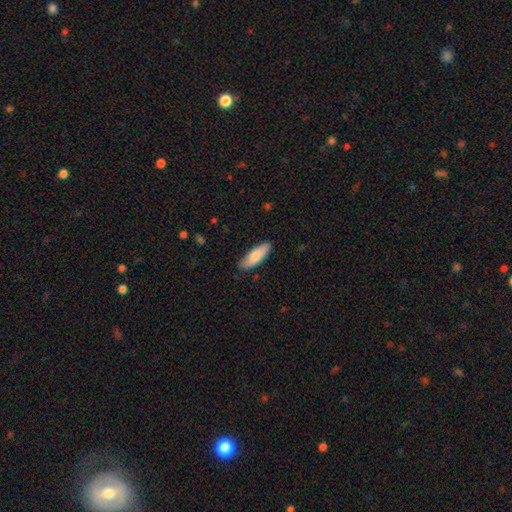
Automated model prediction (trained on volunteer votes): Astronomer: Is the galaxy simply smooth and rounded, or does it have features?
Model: smooth — 80%.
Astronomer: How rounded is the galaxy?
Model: in between — 62%.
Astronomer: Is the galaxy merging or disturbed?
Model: none — 84%.